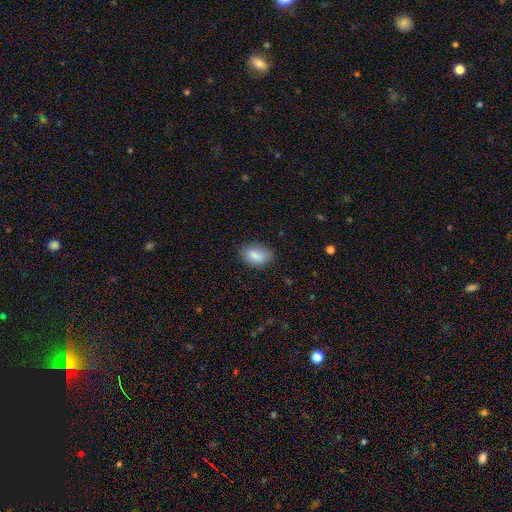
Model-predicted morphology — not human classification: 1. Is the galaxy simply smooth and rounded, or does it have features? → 86% smooth, 7% star or artifact, 6% featured or disk.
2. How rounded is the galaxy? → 90% in between, 8% round, 2% cigar-shaped.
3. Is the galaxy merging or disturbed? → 81% none, 15% minor disturbance, 3% major disturbance, 1% merger.